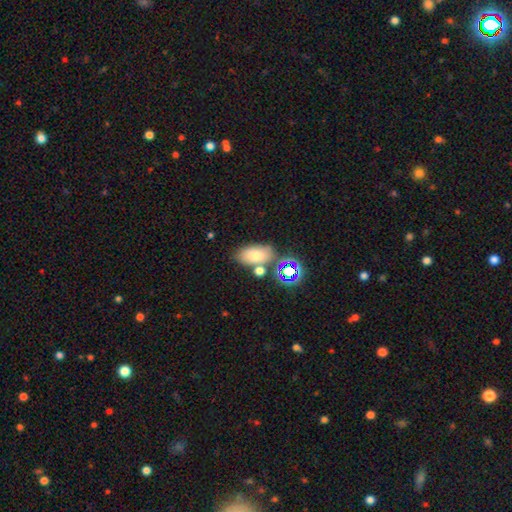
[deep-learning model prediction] This appears to be a smooth galaxy with no disk features (71%) that is in between round and cigar-shaped (87%). Merging: none (61%).